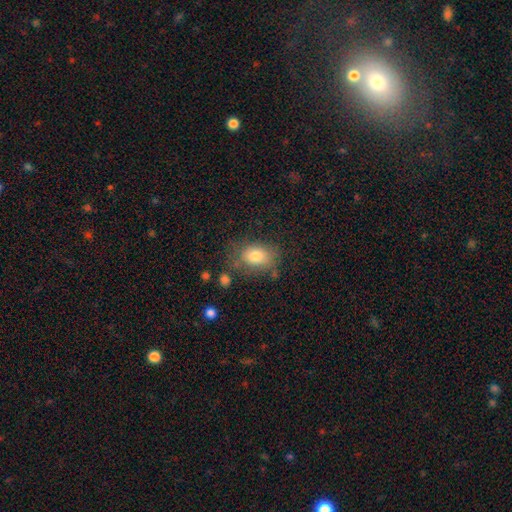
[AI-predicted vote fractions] Smooth or featured: smooth — 78% (featured or disk — 12%)
How rounded: in between — 66% (round — 33%)
Merging: none — 67% (minor disturbance — 21%)